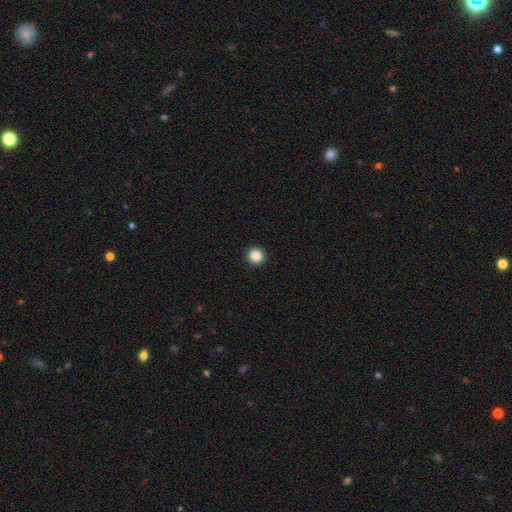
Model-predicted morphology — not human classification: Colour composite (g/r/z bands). It shows a smooth galaxy with no disk features (87%) that is round (93%). Merging: none (93%).